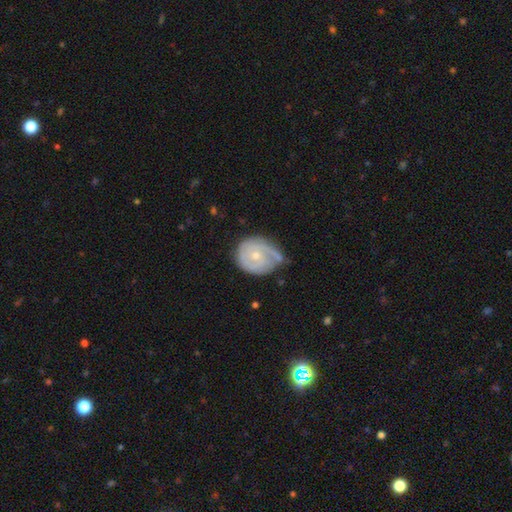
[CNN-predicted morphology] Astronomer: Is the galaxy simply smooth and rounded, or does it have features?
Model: featured or disk — 78%.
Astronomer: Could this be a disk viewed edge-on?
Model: no — 98%.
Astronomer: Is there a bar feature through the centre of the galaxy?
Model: no — 72%.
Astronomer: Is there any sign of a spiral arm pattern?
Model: yes — 93%.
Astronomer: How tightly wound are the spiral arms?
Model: tight — 67%.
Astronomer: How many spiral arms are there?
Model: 2 — 40% (runner-up: can't tell, 23%).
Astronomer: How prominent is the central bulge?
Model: small — 59% (runner-up: moderate, 37%).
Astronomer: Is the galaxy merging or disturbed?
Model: none — 51% (runner-up: minor disturbance, 32%).